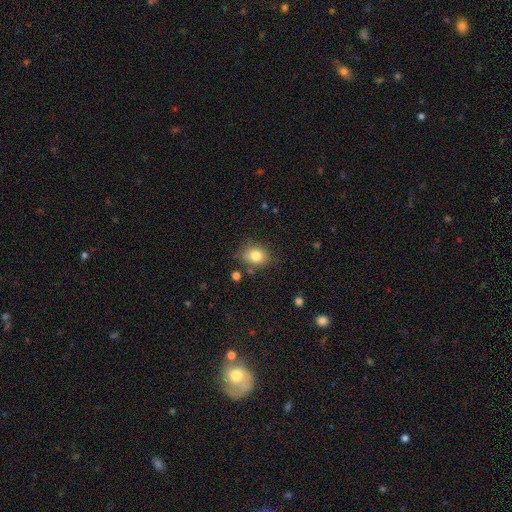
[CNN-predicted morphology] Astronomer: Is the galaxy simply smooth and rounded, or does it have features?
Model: smooth — 81%.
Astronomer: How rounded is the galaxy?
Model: in between — 58% (runner-up: round, 41%).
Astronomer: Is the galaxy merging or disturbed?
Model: none — 73%.